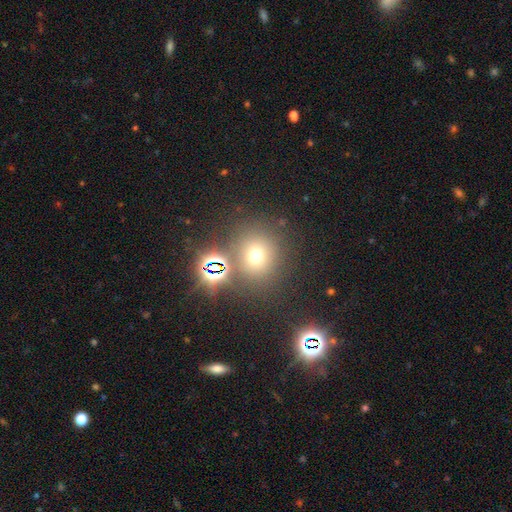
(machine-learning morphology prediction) A smooth galaxy with no disk features (63%) that is round (86%). Merging: none (77%).